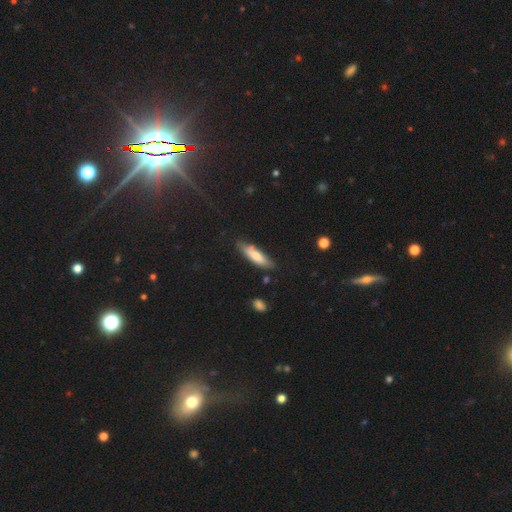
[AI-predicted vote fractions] Q: Smooth or featured?
A: smooth (70%); runner-up: featured or disk (24%)
Q: How rounded?
A: cigar-shaped (63%); runner-up: in between (35%)
Q: Merging?
A: none (74%); runner-up: minor disturbance (19%)